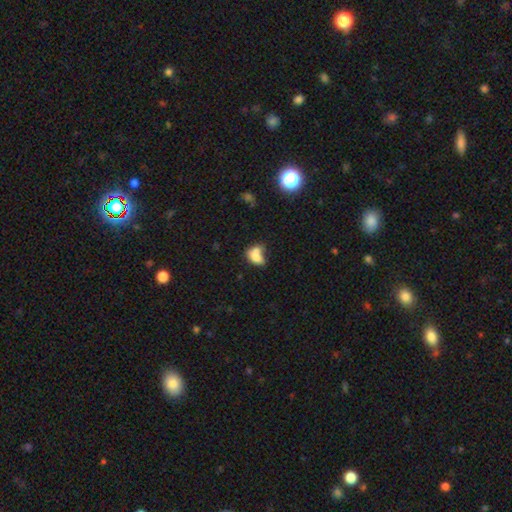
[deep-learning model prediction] The model was most divided on "merging": merger: 48%, none: 24%, minor disturbance: 15%, major disturbance: 13%. More confident: how rounded — in between (79%); smooth or featured — smooth (71%).